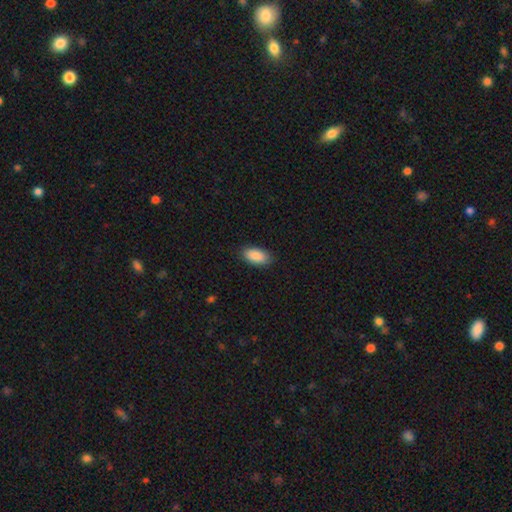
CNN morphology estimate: smooth-or-featured: smooth: 89% | star or artifact: 6% | featured or disk: 5%
  how-rounded: in between: 93% | cigar-shaped: 4% | round: 2%
  merging: none: 88% | minor disturbance: 9% | major disturbance: 2% | merger: 1%